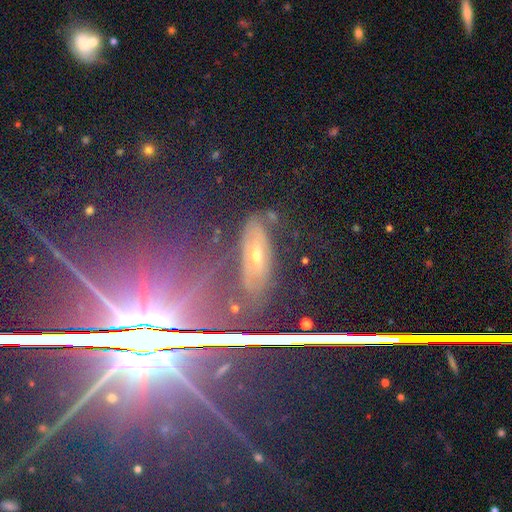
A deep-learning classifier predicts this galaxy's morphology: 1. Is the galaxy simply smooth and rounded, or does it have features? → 49% star or artifact, 33% featured or disk, 18% smooth.